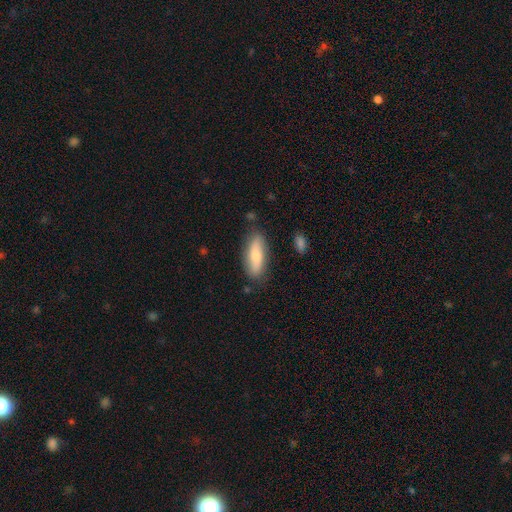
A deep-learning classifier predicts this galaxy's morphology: This appears to be a smooth galaxy with no disk features (68%) that is in between round and cigar-shaped (62%). Merging: none (80%).